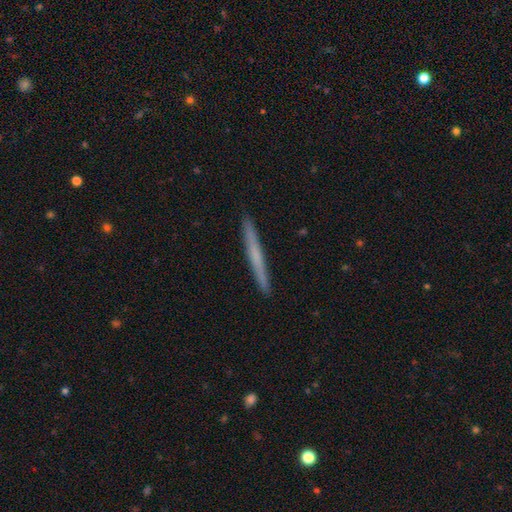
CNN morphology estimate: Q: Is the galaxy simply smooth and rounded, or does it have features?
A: smooth — 53%.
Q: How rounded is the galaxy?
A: cigar-shaped — 97%.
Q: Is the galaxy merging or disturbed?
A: none — 93%.